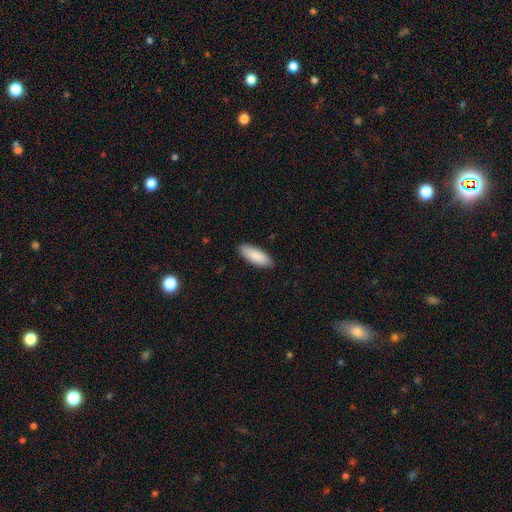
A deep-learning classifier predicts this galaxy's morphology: Q: Smooth or featured?
A: smooth (89%); runner-up: featured or disk (6%)
Q: How rounded?
A: in between (72%); runner-up: cigar-shaped (26%)
Q: Merging?
A: none (89%); runner-up: minor disturbance (9%)